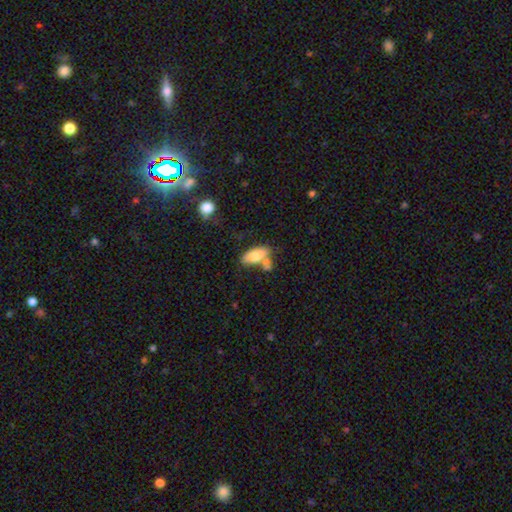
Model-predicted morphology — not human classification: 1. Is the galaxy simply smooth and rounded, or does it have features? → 75% smooth, 19% featured or disk, 7% star or artifact.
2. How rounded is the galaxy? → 84% in between, 13% cigar-shaped, 3% round.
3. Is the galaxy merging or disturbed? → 51% none, 26% merger, 17% minor disturbance, 6% major disturbance.